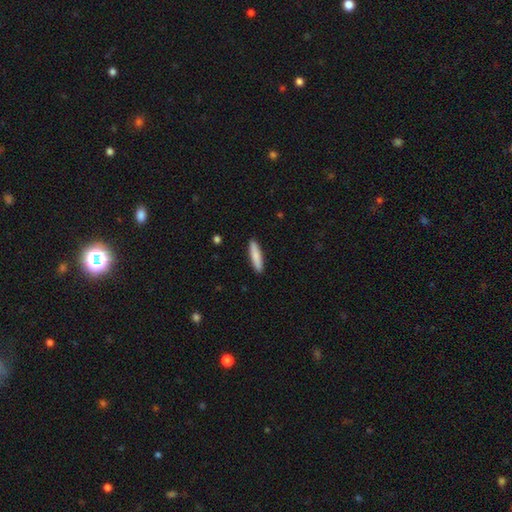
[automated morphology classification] Smooth or featured: smooth — 83% (featured or disk — 11%)
How rounded: cigar-shaped — 84% (in between — 14%)
Merging: none — 91% (minor disturbance — 7%)